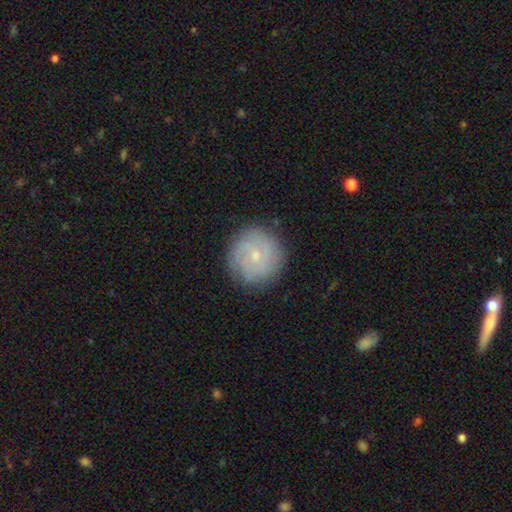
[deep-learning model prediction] This appears to be a featured or disk galaxy (47%). Merging: none (84%).